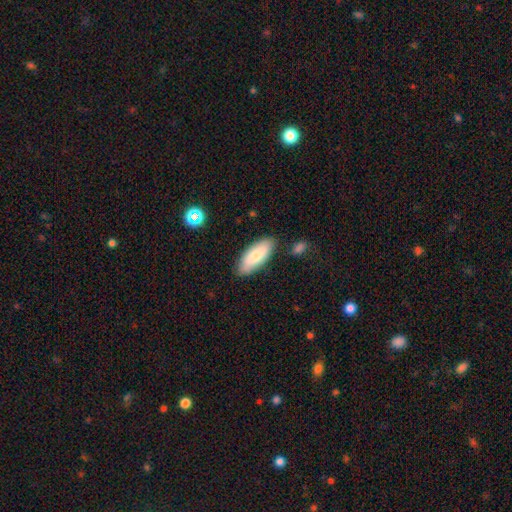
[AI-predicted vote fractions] smooth_or_featured: smooth (p=0.79) [alt: featured or disk p=0.15]
how_rounded: in between (p=0.77) [alt: cigar-shaped p=0.22]
merging: none (p=0.83) [alt: minor disturbance p=0.12]